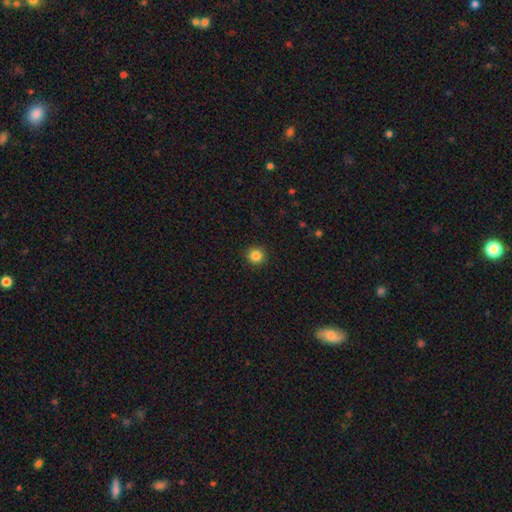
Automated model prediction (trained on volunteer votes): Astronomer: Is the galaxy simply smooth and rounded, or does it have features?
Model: smooth — 85%.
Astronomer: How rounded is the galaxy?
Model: round — 94%.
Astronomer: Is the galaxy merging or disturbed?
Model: none — 92%.